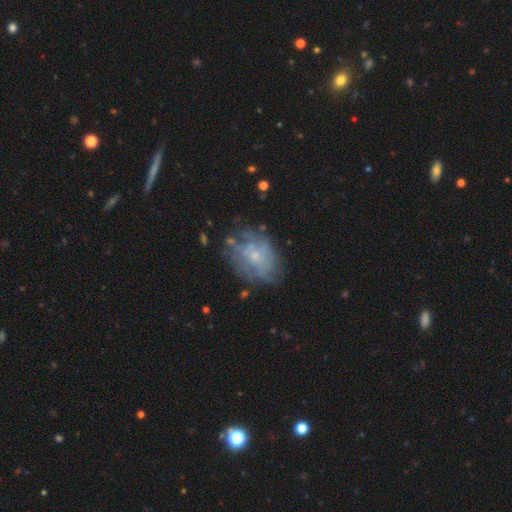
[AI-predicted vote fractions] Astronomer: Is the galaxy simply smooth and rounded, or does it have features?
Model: featured or disk — 58%.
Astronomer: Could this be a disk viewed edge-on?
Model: no — 96%.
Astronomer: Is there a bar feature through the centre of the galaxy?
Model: no — 84%.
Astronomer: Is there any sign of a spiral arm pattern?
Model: no — 61% (runner-up: yes, 39%).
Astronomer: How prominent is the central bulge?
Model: small — 70%.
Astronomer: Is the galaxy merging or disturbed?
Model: none — 60%.